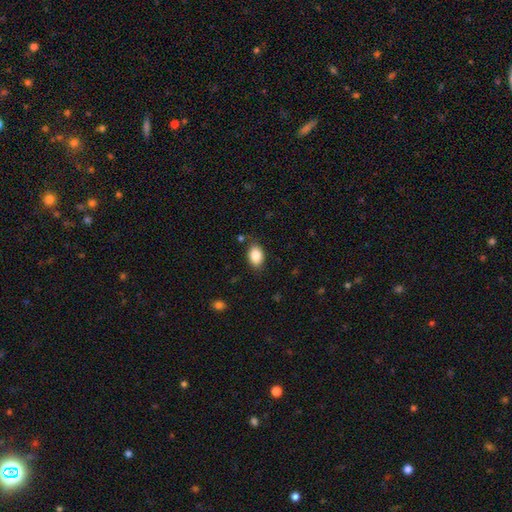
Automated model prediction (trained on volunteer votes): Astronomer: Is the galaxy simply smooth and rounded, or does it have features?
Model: smooth — 86%.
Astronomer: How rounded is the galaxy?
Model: in between — 86%.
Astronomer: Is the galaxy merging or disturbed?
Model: none — 81%.